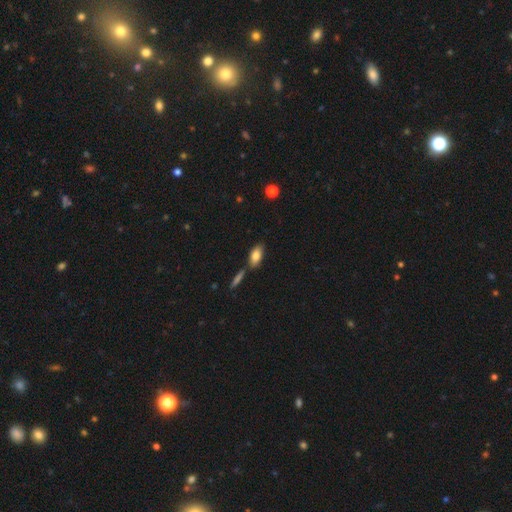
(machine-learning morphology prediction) Smooth or featured? Predicted: smooth (p=0.82). How rounded? Predicted: in between (p=0.87). Merging? Predicted: none (p=0.70).